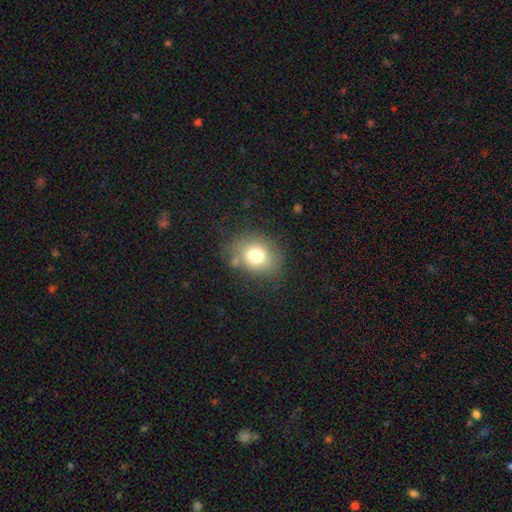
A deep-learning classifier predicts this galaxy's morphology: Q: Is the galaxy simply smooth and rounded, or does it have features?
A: smooth — 75%.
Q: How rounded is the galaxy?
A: in between — 50%.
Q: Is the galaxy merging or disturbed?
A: none — 70%.